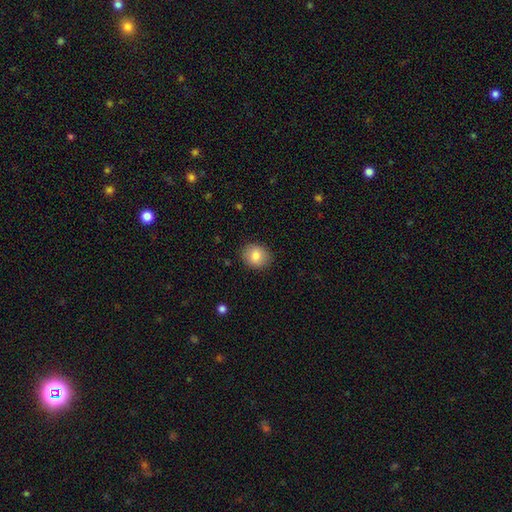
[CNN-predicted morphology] This appears to be a smooth galaxy with no disk features (82%) that is round (63%). Merging: none (88%).